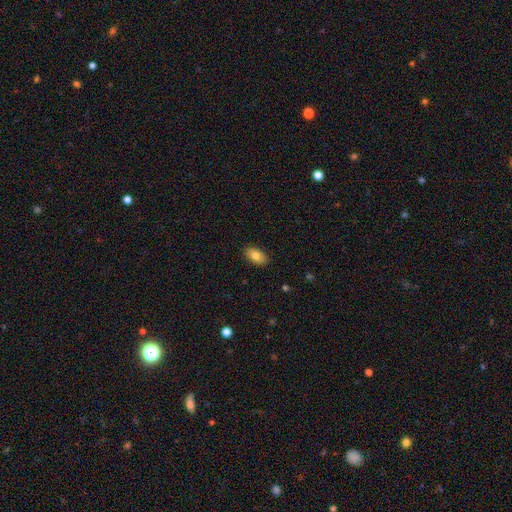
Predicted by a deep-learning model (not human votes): Smooth or featured?
  - smooth: 80% *
  - featured or disk: 13%
  - star or artifact: 7%
How rounded?
  - in between: 92% *
  - round: 5%
  - cigar-shaped: 3%
Merging?
  - none: 89% *
  - minor disturbance: 8%
  - major disturbance: 2%
  - merger: 1%